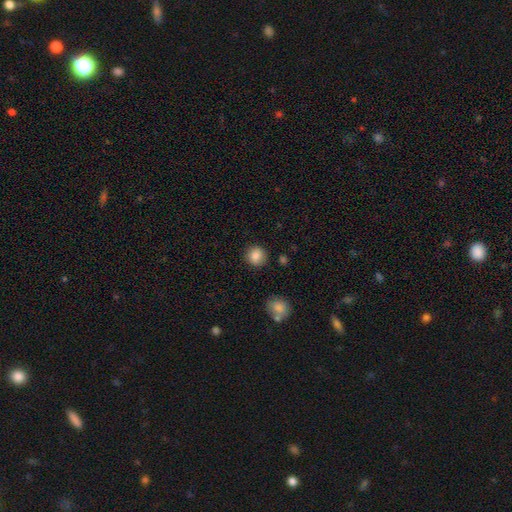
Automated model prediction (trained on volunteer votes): smooth 85%, star or artifact 9%, featured or disk 6%. Down the decision tree: how rounded — round (90%); merging — none (88%).